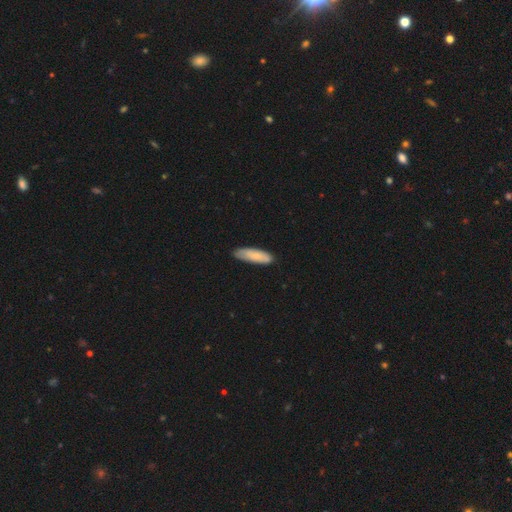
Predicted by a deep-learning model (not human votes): The model was most divided on "how rounded": cigar-shaped: 51%, in between: 48%, round: 2%. More confident: smooth or featured — smooth (78%); merging — none (78%).